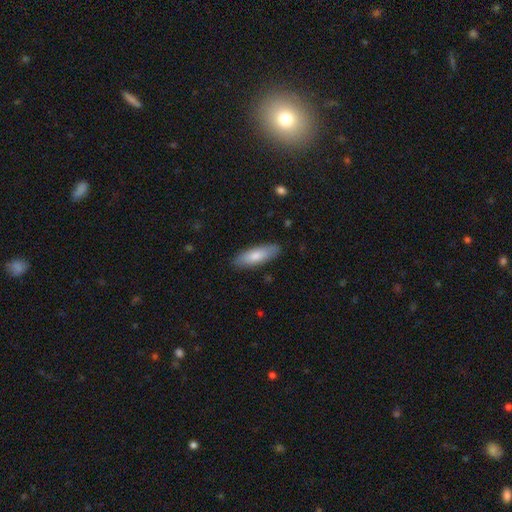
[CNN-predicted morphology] This appears to be a smooth galaxy with no disk features (78%) that is in between round and cigar-shaped (58%). Merging: none (86%).